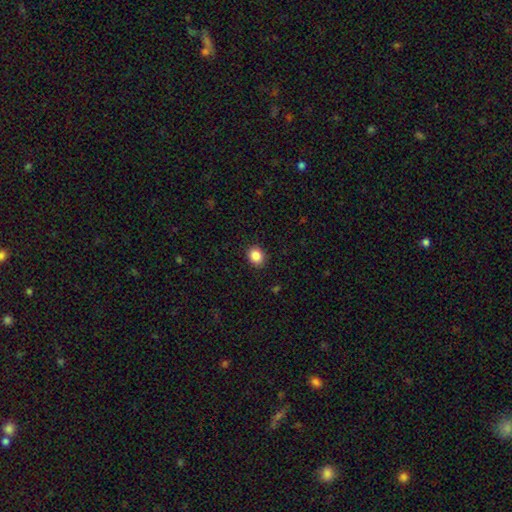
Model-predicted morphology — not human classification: The model was most divided on "how rounded": round: 63%, in between: 36%, cigar-shaped: 1%. More confident: merging — none (89%); smooth or featured — smooth (87%).